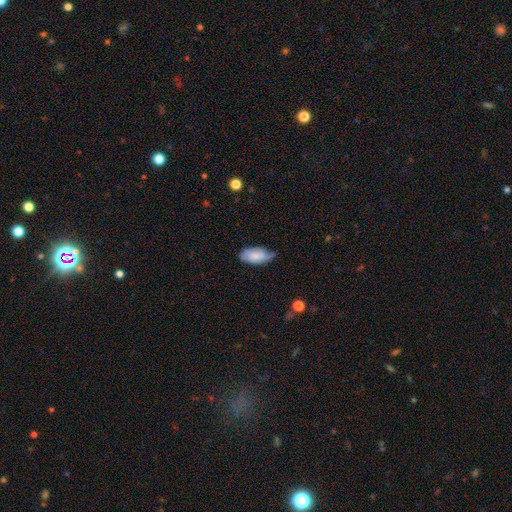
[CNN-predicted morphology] type=smooth (68%); roundness=in between (91%); merging=none (59%).